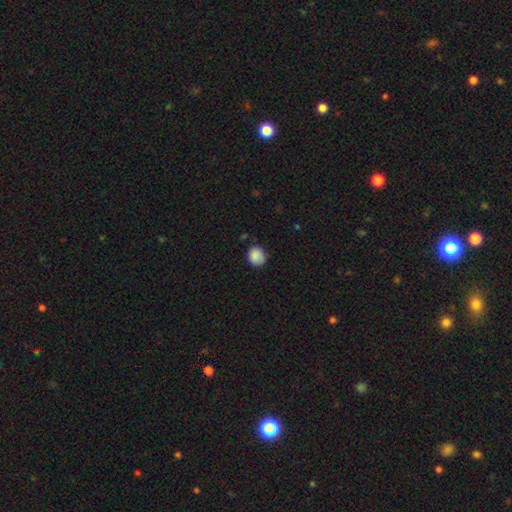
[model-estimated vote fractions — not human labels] A smooth galaxy with no disk features (87%) that is round (69%). Merging: none (73%).